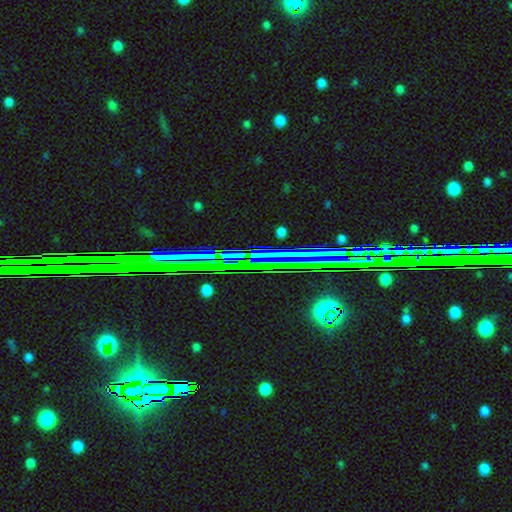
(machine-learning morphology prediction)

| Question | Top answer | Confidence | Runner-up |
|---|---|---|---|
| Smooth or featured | star or artifact | 70% | featured or disk (19%) |